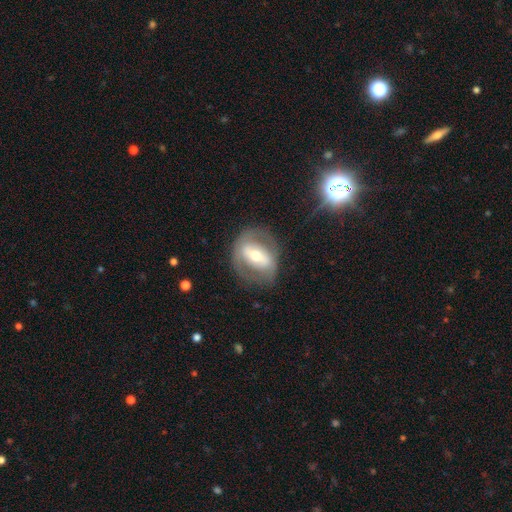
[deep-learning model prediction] Smooth or featured: featured or disk — 68% (smooth — 26%)
Edge-on disk: no — 92% (yes — 8%)
Bar: strong — 52% (weak — 28%)
Spiral arms: no — 52% (yes — 48%)
Bulge size: moderate — 62% (small — 26%)
Merging: none — 73% (minor disturbance — 15%)